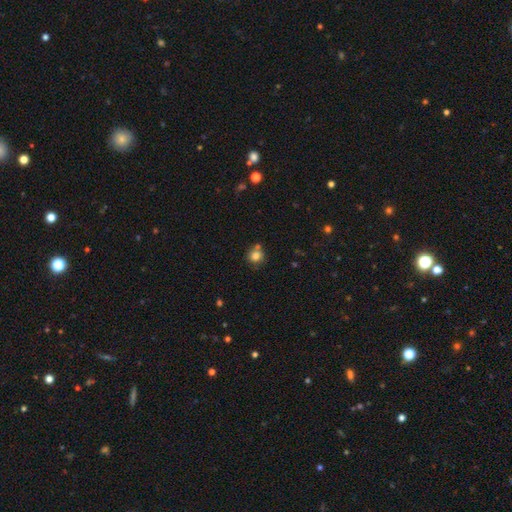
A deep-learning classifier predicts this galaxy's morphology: smooth 81%, star or artifact 12%, featured or disk 7%. Down the decision tree: how rounded — round (88%); merging — none (66%).